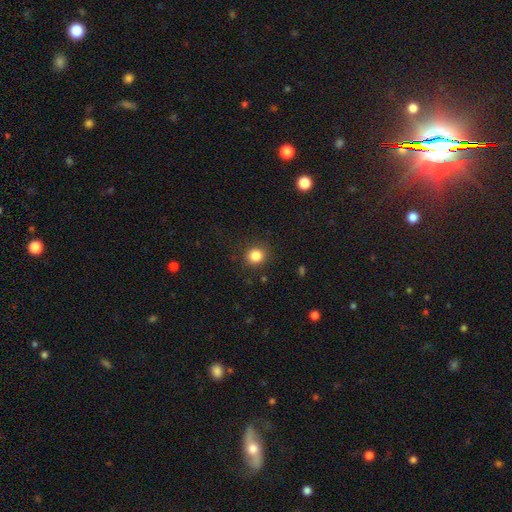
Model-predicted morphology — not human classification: smooth 85%, star or artifact 11%, featured or disk 4%. Down the decision tree: how rounded — round (88%); merging — none (88%).